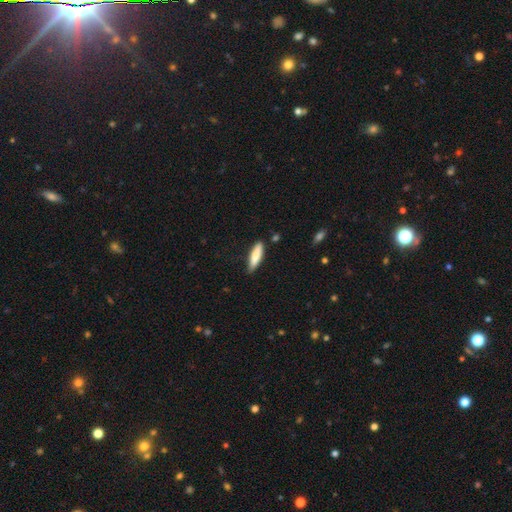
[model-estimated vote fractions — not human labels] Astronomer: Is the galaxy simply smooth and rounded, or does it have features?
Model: smooth — 81%.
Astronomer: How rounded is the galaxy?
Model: cigar-shaped — 68%.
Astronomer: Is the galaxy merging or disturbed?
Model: none — 81%.